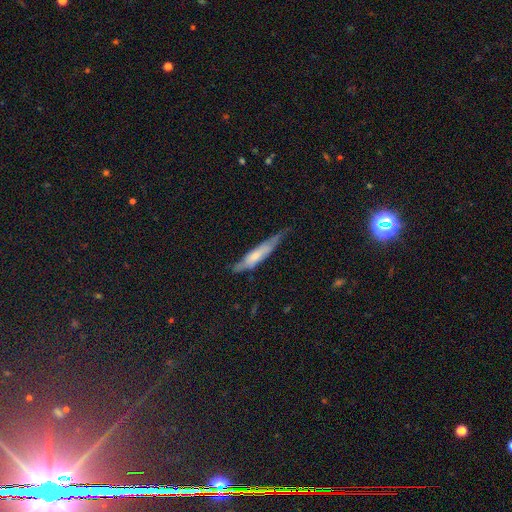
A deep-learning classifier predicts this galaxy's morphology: Smooth or featured? Predicted: smooth (p=0.54). How rounded? Predicted: cigar-shaped (p=0.82). Merging? Predicted: none (p=0.49).